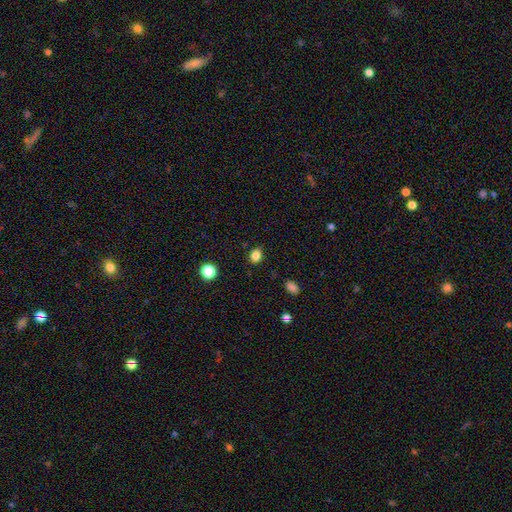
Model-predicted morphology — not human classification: smooth_or_featured: smooth (p=0.84) [alt: star or artifact p=0.12]
how_rounded: round (p=0.69) [alt: in between p=0.30]
merging: none (p=0.87) [alt: minor disturbance p=0.09]